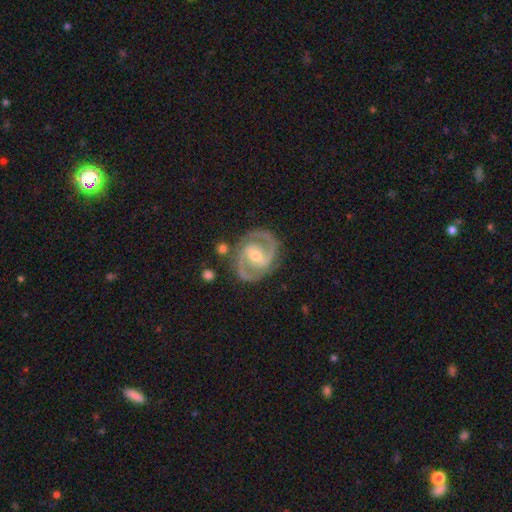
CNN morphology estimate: Smooth or featured? Predicted: featured or disk (p=0.92). Edge-on disk? Predicted: no (p=0.98). Bar? Predicted: weak (p=0.42). Spiral arms? Predicted: yes (p=0.98). Spiral winding? Predicted: medium (p=0.52). Spiral arm count? Predicted: 2 (p=0.93). Bulge size? Predicted: moderate (p=0.51). Merging? Predicted: none (p=0.83).